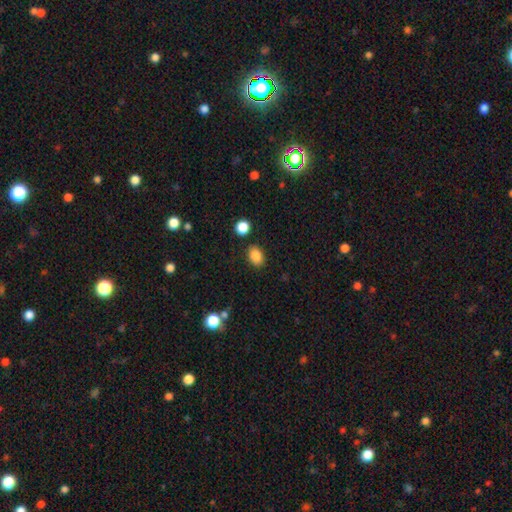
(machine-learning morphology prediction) A smooth galaxy with no disk features (86%) that is in between round and cigar-shaped (75%).

Vote fractions:
- Smooth or featured? smooth: 86% / star or artifact: 10% / featured or disk: 4%
- How rounded? in between: 75% / round: 24% / cigar-shaped: 1%
- Merging? none: 84% / minor disturbance: 10% / merger: 3% / major disturbance: 3%